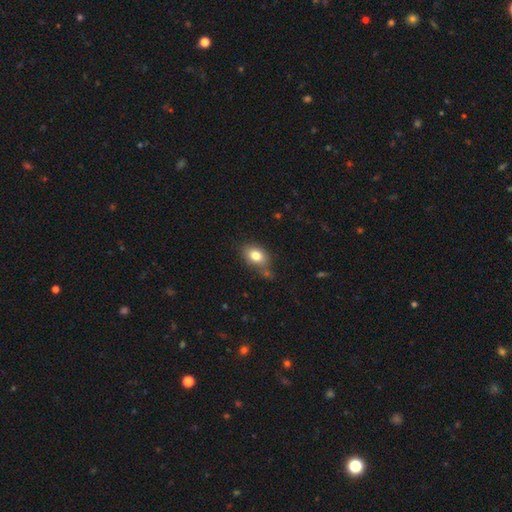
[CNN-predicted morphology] Smooth or featured: smooth — 80% (featured or disk — 11%)
How rounded: in between — 78% (round — 20%)
Merging: none — 58% (minor disturbance — 24%)